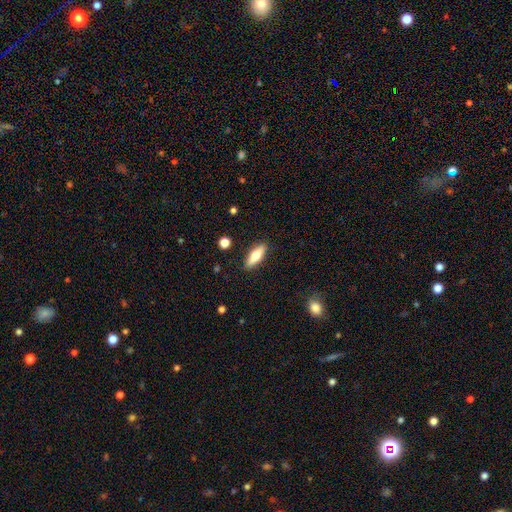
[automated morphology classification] Smooth or featured?
  - smooth: 67% *
  - featured or disk: 27%
  - star or artifact: 6%
How rounded?
  - in between: 54% *
  - cigar-shaped: 44%
  - round: 2%
Merging?
  - none: 88% *
  - minor disturbance: 8%
  - major disturbance: 2%
  - merger: 1%